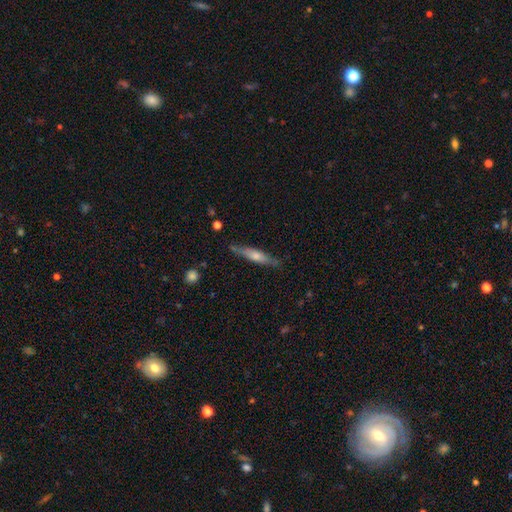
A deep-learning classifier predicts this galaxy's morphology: Smooth or featured: smooth — 51% (featured or disk — 43%)
How rounded: cigar-shaped — 87% (in between — 12%)
Merging: none — 80% (minor disturbance — 15%)